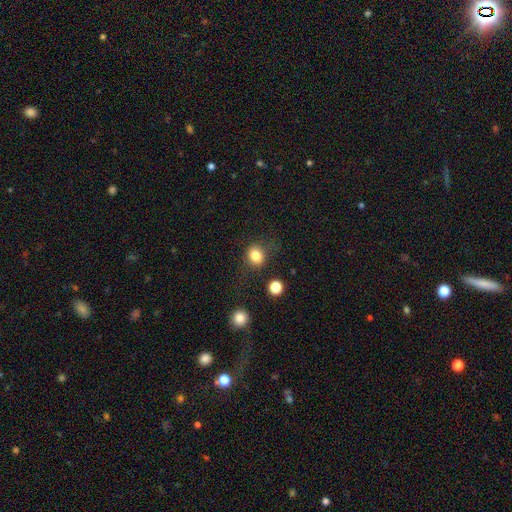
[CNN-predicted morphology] Smooth or featured?
  - smooth: 82% *
  - star or artifact: 11%
  - featured or disk: 7%
How rounded?
  - round: 65% *
  - in between: 34%
  - cigar-shaped: 1%
Merging?
  - none: 74% *
  - minor disturbance: 16%
  - major disturbance: 7%
  - merger: 3%